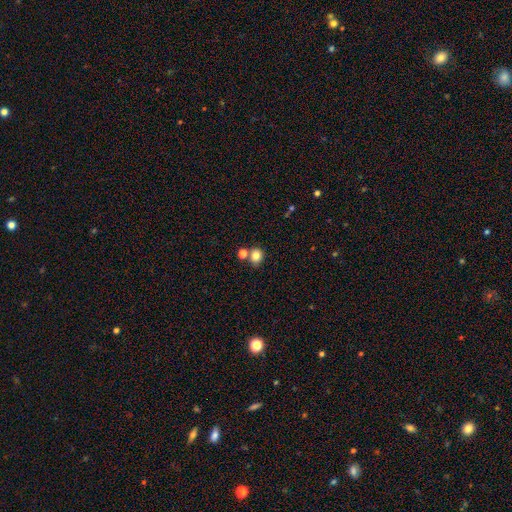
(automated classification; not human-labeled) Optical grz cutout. It shows a smooth galaxy with no disk features (81%) that is round (73%). Merging: none (63%).